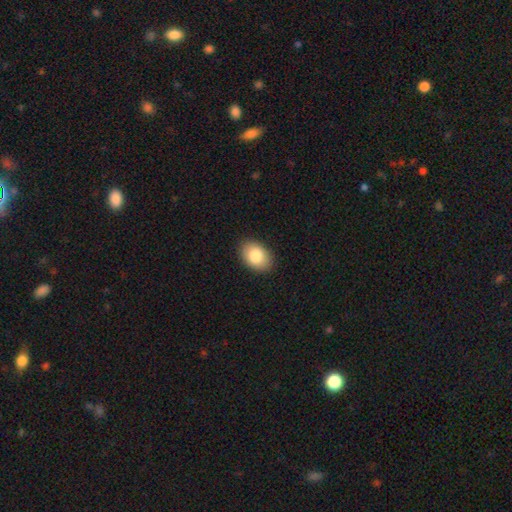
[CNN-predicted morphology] smooth 84%, featured or disk 9%, star or artifact 7%. Down the decision tree: how rounded — in between (83%); merging — none (89%).